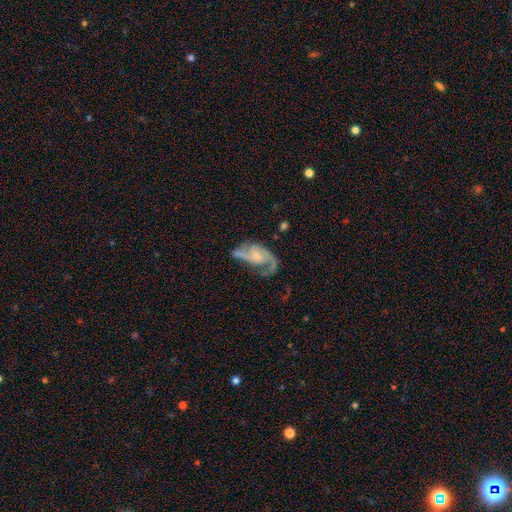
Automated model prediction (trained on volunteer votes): Morphology: type=featured or disk (84%); edge-on=no (97%); bar=no (56%); spiral arms=yes (94%); winding=medium (46%); arm count=2 (75%); bulge=small (47%); merging=none (42%).